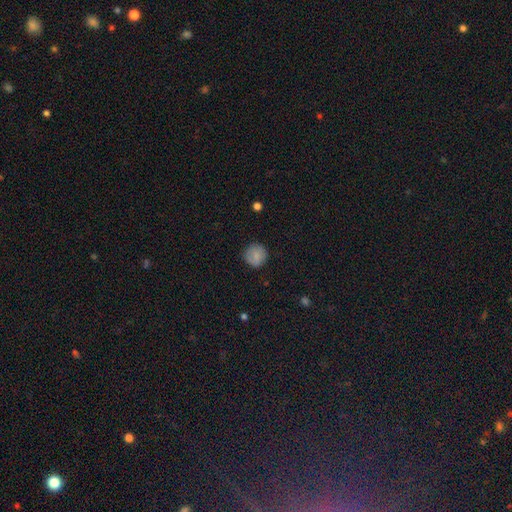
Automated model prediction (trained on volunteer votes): Q: Smooth or featured?
A: smooth (81%); runner-up: featured or disk (11%)
Q: How rounded?
A: round (93%); runner-up: in between (6%)
Q: Merging?
A: none (85%); runner-up: minor disturbance (11%)